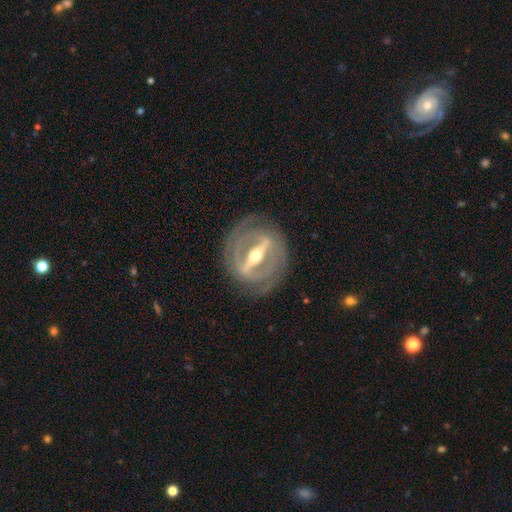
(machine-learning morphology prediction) This is clearly a featured or disk galaxy (88%). It is likely not viewed edge-on (76%). Bar: clearly strong (87%). Spiral arm pattern: possibly yes (58%). Central bulge: likely moderate (70%). Merging: clearly none (81%).